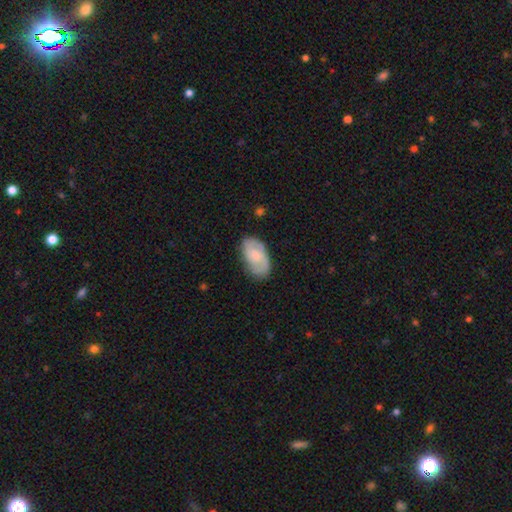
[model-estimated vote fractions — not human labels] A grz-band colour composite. It shows a featured or disk galaxy (54%) with no bar (63%), spiral arms (87%) and a small central bulge (36%). Merging: none (77%).